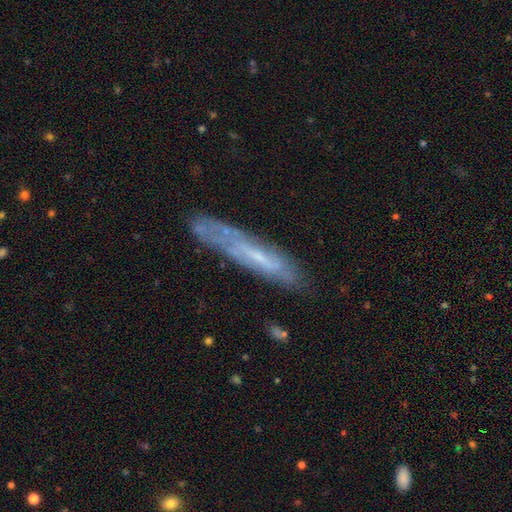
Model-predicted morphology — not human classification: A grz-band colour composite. It shows a featured or disk galaxy (60%) viewed edge-on (58%). Merging: none (68%).